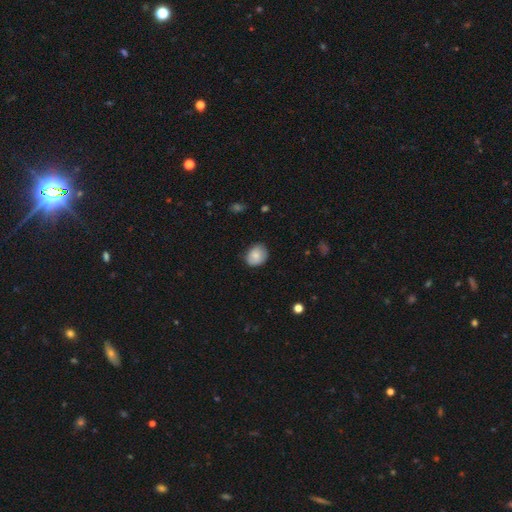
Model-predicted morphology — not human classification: smooth_or_featured: smooth (p=0.78) [alt: featured or disk p=0.14]
how_rounded: round (p=0.52) [alt: in between p=0.47]
merging: none (p=0.75) [alt: minor disturbance p=0.20]